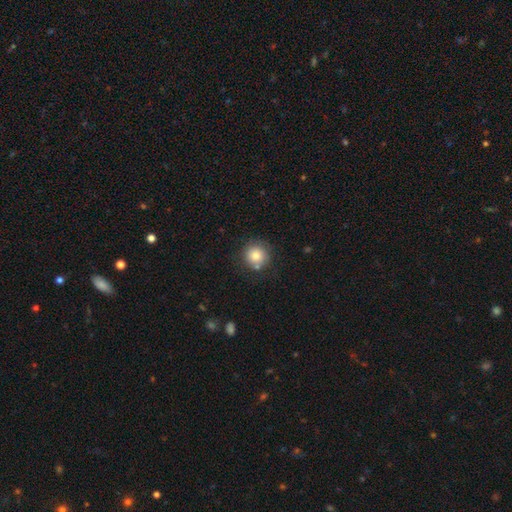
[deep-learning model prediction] Smooth or featured?
  - smooth: 83% *
  - star or artifact: 10%
  - featured or disk: 8%
How rounded?
  - round: 93% *
  - in between: 6%
  - cigar-shaped: 1%
Merging?
  - none: 79% *
  - minor disturbance: 12%
  - merger: 5%
  - major disturbance: 4%